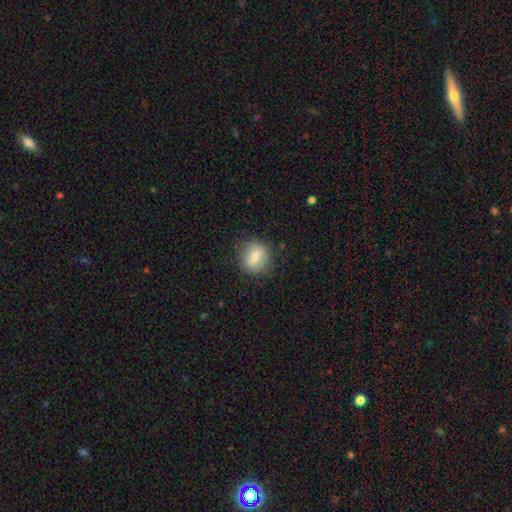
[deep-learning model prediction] This appears to be a smooth galaxy with no disk features (70%) that is round (67%). Merging: none (83%).